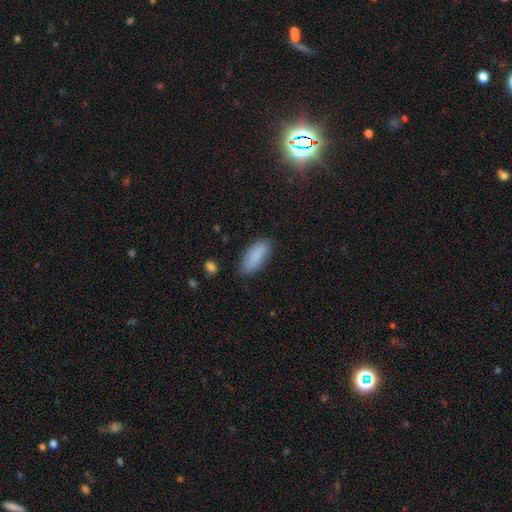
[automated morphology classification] smooth-or-featured: smooth: 88% | star or artifact: 6% | featured or disk: 6%
  how-rounded: in between: 80% | cigar-shaped: 18% | round: 2%
  merging: none: 83% | minor disturbance: 13% | major disturbance: 3% | merger: 1%